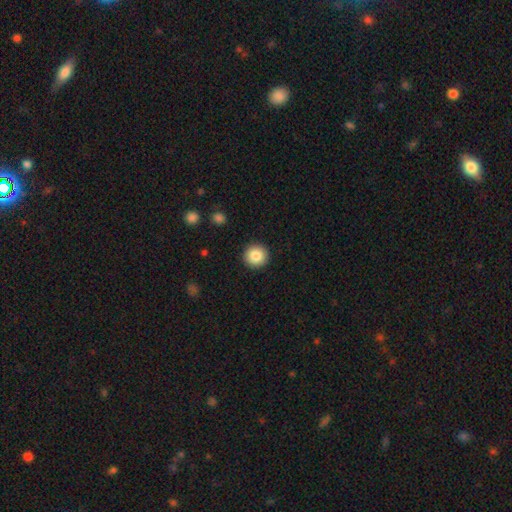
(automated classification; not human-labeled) Smooth or featured?
  - smooth: 85% *
  - star or artifact: 9%
  - featured or disk: 7%
How rounded?
  - round: 95% *
  - in between: 4%
  - cigar-shaped: 1%
Merging?
  - none: 92% *
  - minor disturbance: 5%
  - major disturbance: 2%
  - merger: 1%